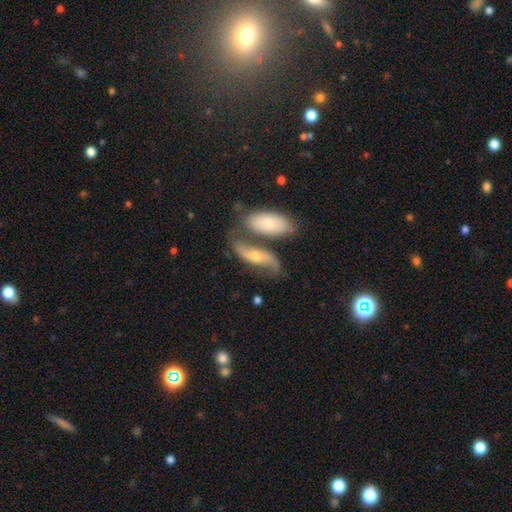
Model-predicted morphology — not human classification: This is likely a featured or disk galaxy (72%). It is clearly not viewed edge-on (84%). Bar: possibly no (53%). Spiral arm pattern: clearly yes (89%). Spiral arm count: clearly 2 (88%). Spiral winding: likely loose (65%). Central bulge: possibly moderate (50%). Merging: marginally none (43%).